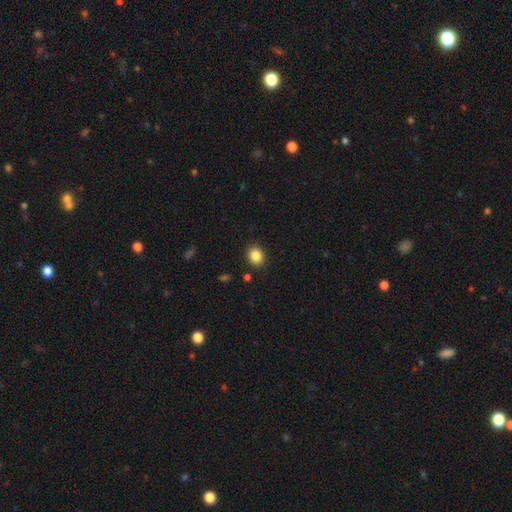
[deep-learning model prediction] The model was most divided on "how rounded": round: 61%, in between: 38%, cigar-shaped: 1%. More confident: merging — none (88%); smooth or featured — smooth (86%).